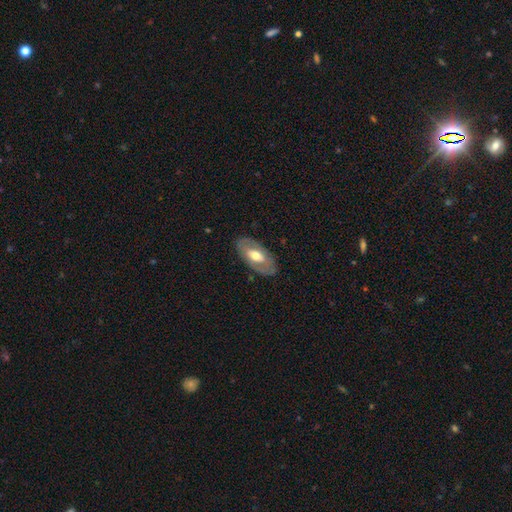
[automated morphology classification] Smooth or featured: featured or disk — 50% (smooth — 44%)
Edge-on disk: no — 85% (yes — 15%)
Merging: none — 82% (minor disturbance — 13%)